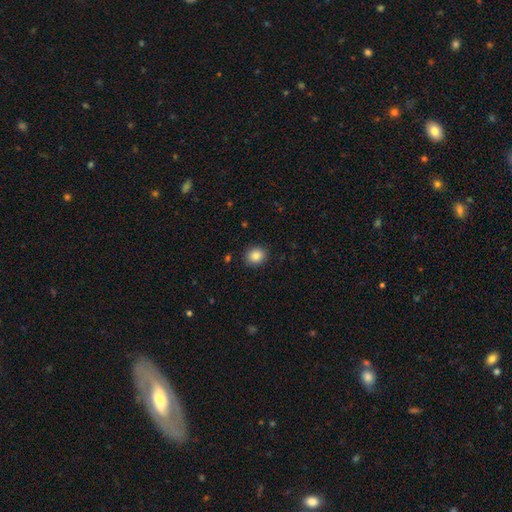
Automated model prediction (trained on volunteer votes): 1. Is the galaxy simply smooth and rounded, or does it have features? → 85% smooth, 9% star or artifact, 5% featured or disk.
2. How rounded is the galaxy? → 80% round, 19% in between, 1% cigar-shaped.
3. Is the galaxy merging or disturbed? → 90% none, 7% minor disturbance, 2% major disturbance, 1% merger.